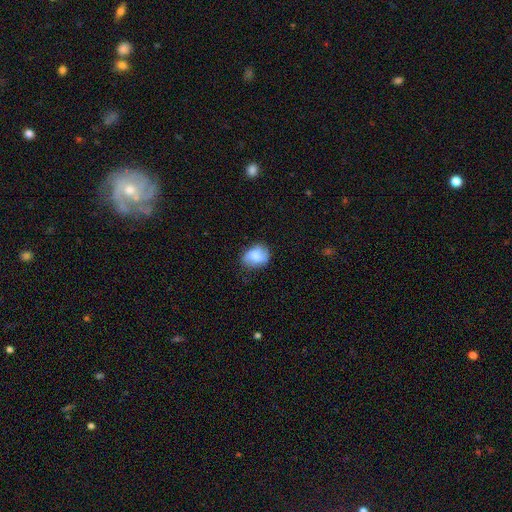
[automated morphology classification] A smooth galaxy with no disk features (62%) that is in between round and cigar-shaped (57%).

Vote fractions:
- Smooth or featured? smooth: 62% / featured or disk: 30% / star or artifact: 8%
- How rounded? in between: 57% / round: 42% / cigar-shaped: 1%
- Merging? none: 72% / minor disturbance: 21% / major disturbance: 6% / merger: 1%